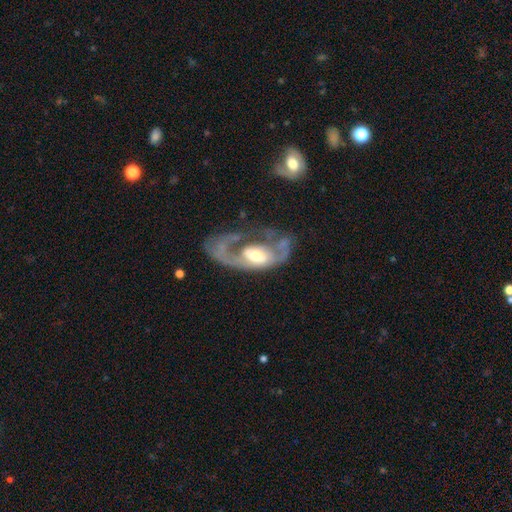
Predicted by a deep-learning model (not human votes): Smooth or featured?
  - featured or disk: 76% *
  - smooth: 18%
  - star or artifact: 6%
Edge-on disk?
  - no: 95% *
  - yes: 5%
Bar?
  - no: 51% *
  - weak: 36%
  - strong: 13%
Spiral arms?
  - yes: 72% *
  - no: 28%
Spiral winding?
  - medium: 39% *
  - loose: 38%
  - tight: 23%
Spiral arm count?
  - 1: 42% *
  - 2: 36%
  - can't tell: 16%
  - 3: 3%
  - 4: 2%
  - more than 4: 2%
Bulge size?
  - moderate: 64% *
  - small: 18%
  - large: 16%
  - dominant: 2%
  - none: 2%
Merging?
  - major disturbance: 50% *
  - none: 26%
  - minor disturbance: 16%
  - merger: 8%